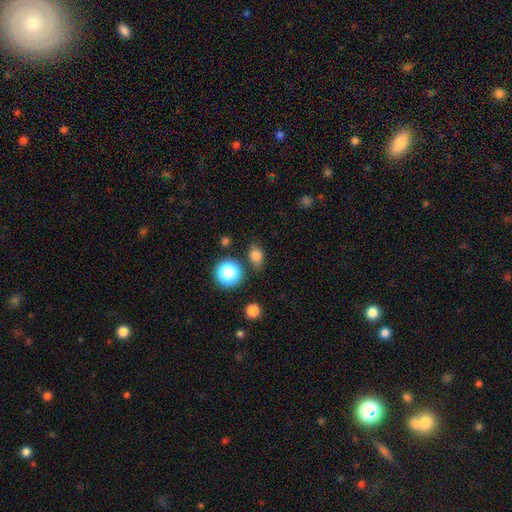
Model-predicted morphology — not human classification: This is likely a smooth galaxy (79%). How rounded: possibly in between (56%). Merging: likely none (76%).